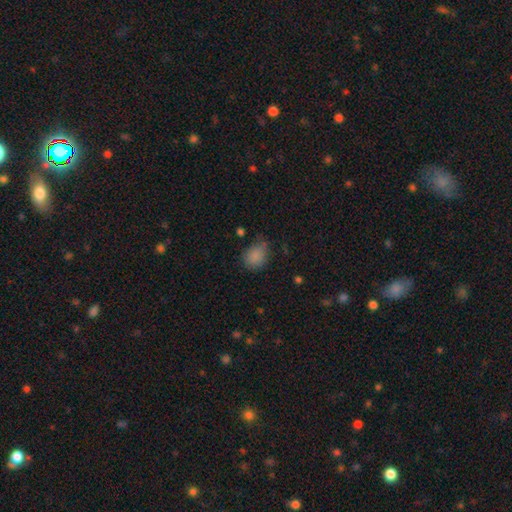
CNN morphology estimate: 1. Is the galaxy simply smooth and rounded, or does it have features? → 84% smooth, 10% star or artifact, 5% featured or disk.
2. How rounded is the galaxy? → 52% round, 47% in between, 1% cigar-shaped.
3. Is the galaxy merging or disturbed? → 65% none, 26% minor disturbance, 7% major disturbance, 3% merger.